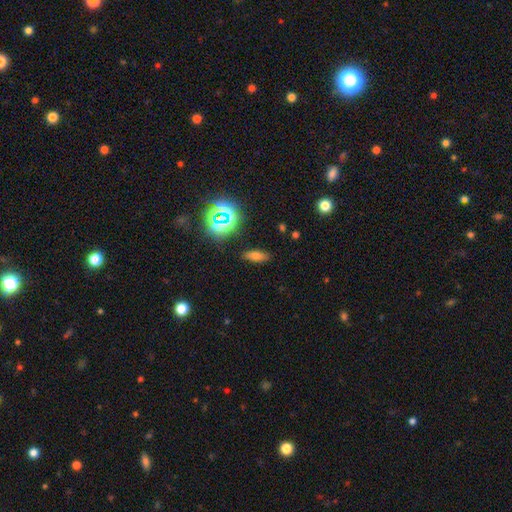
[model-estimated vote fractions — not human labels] Smooth or featured: smooth — 65% (star or artifact — 23%)
How rounded: in between — 70% (cigar-shaped — 23%)
Merging: none — 85% (minor disturbance — 10%)